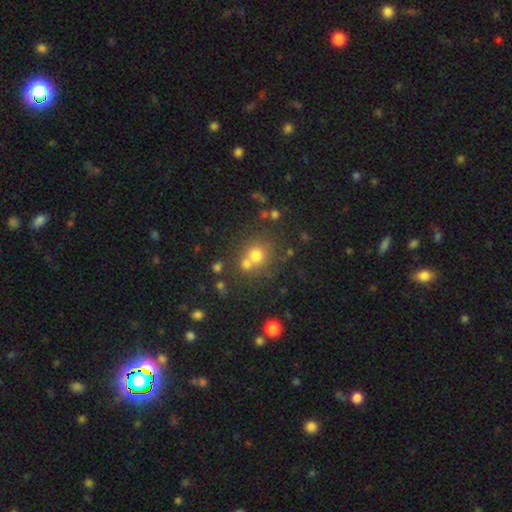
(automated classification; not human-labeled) Smooth or featured: smooth — 70% (star or artifact — 17%)
How rounded: round — 86% (in between — 13%)
Merging: none — 56% (merger — 31%)